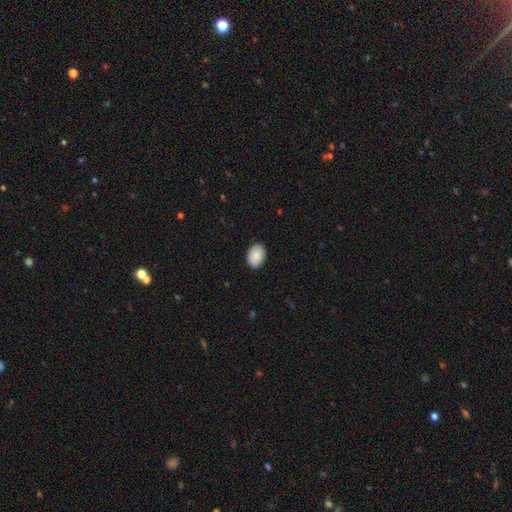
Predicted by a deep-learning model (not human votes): smooth 89%, star or artifact 6%, featured or disk 5%. Down the decision tree: how rounded — in between (81%); merging — none (88%).